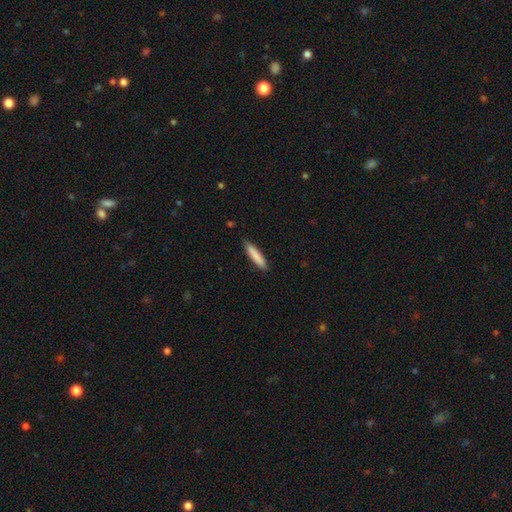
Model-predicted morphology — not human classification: Smooth or featured? Predicted: smooth (p=0.85). How rounded? Predicted: cigar-shaped (p=0.87). Merging? Predicted: none (p=0.88).